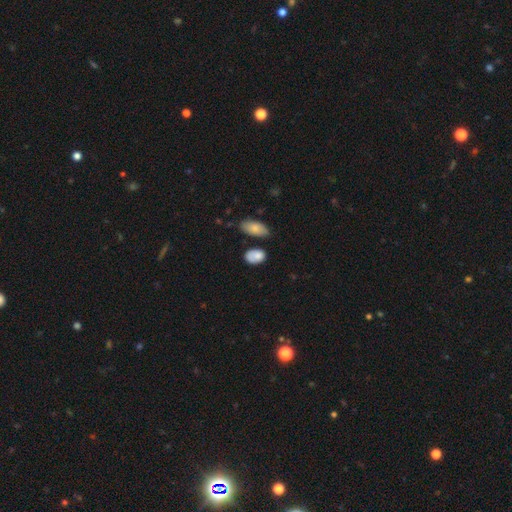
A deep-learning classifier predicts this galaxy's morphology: The model was most divided on "merging": none: 57%, minor disturbance: 24%, merger: 12%, major disturbance: 7%. More confident: smooth or featured — smooth (82%); how rounded — in between (79%).